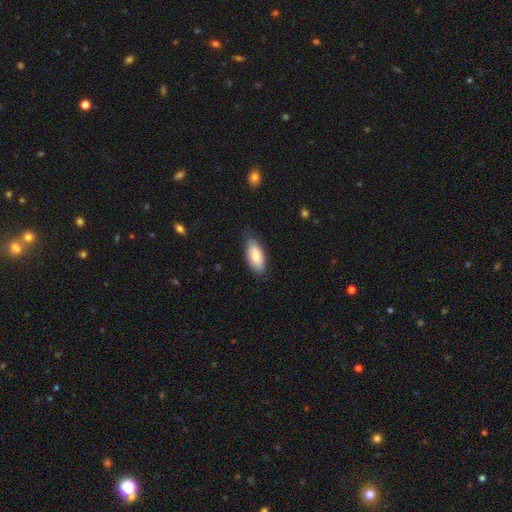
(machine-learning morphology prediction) Overall: smooth (75%). How rounded: in between (88%). Merging: none (74%).